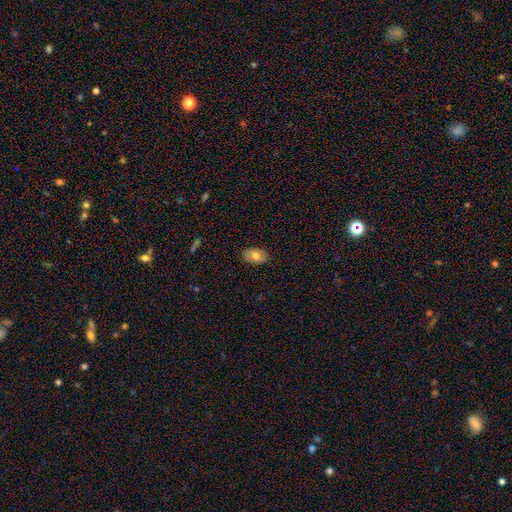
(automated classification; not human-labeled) smooth 72%, featured or disk 20%, star or artifact 7%. Down the decision tree: how rounded — in between (90%); merging — none (85%).